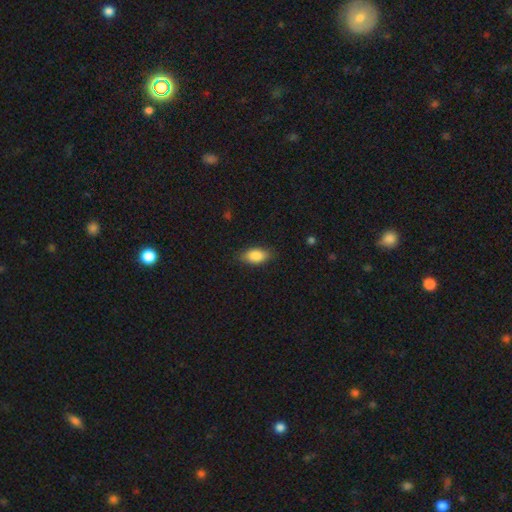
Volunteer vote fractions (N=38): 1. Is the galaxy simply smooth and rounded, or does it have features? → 89% smooth, 5% featured or disk, 5% star or artifact.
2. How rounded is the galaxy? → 79% in between, 15% round, 6% cigar-shaped.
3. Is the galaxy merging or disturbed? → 78% none, 14% minor disturbance, 6% major disturbance, 3% merger.